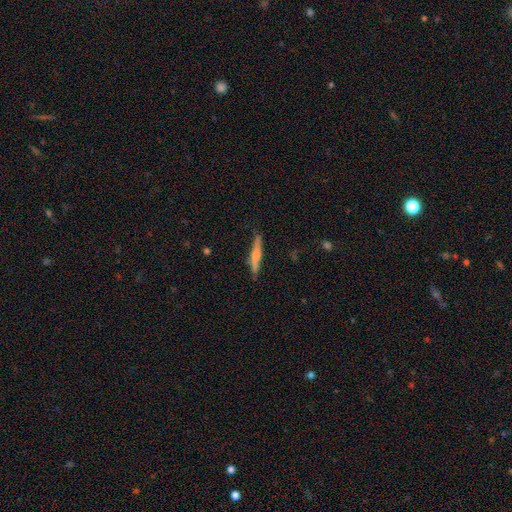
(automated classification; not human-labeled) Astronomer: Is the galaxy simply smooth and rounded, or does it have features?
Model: smooth — 48% (runner-up: featured or disk, 46%).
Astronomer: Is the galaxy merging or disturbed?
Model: none — 83%.